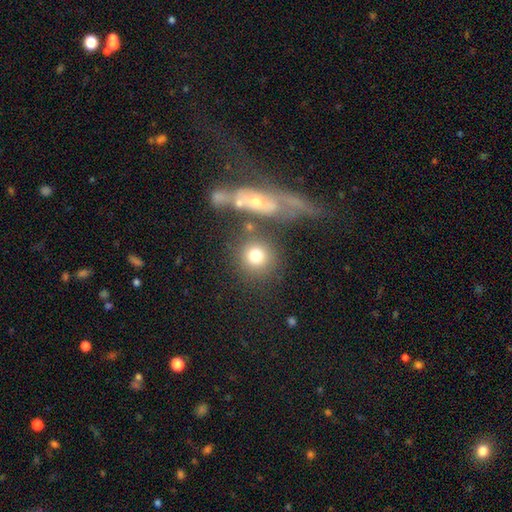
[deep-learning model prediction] The model was most divided on "merging": none: 60%, merger: 20%, minor disturbance: 12%, major disturbance: 8%. More confident: how rounded — round (85%); smooth or featured — smooth (74%).